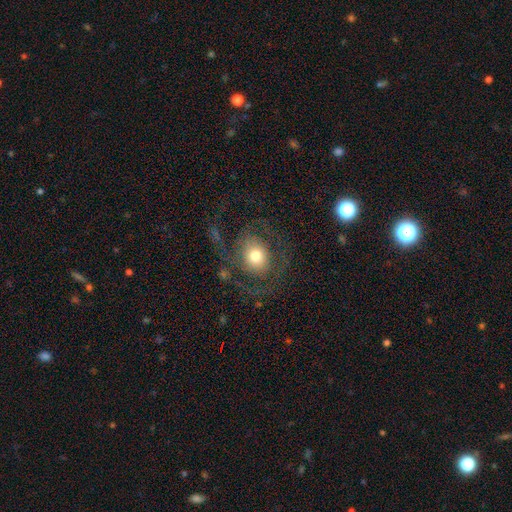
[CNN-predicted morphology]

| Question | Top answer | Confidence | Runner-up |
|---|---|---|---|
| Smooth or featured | featured or disk | 46% | smooth (45%) |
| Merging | none | 58% | major disturbance (25%) |